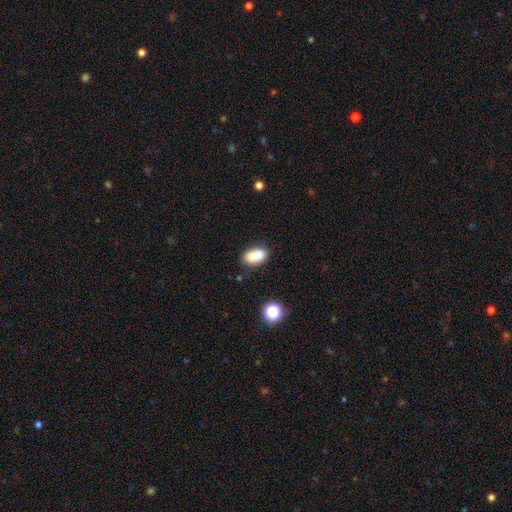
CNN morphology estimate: This is clearly a smooth galaxy (86%). How rounded: clearly in between (91%). Merging: likely none (76%).